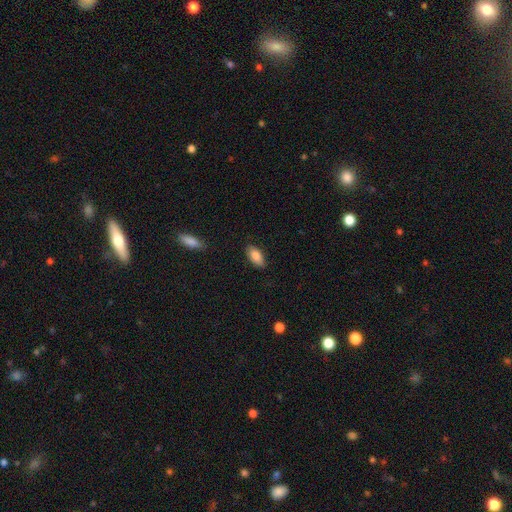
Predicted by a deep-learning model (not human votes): This is clearly a smooth galaxy (85%). How rounded: clearly in between (91%). Merging: clearly none (84%).